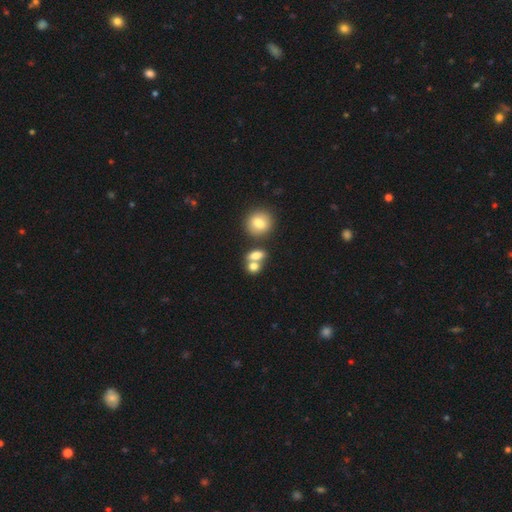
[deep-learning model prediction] Morphology: type=smooth (76%); roundness=in between (54%); merging=merger (49%).